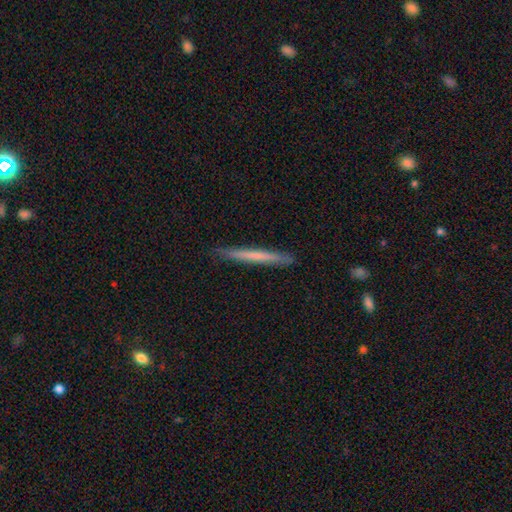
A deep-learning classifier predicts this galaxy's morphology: Smooth or featured? Predicted: smooth (p=0.57). How rounded? Predicted: cigar-shaped (p=0.97). Merging? Predicted: none (p=0.90).